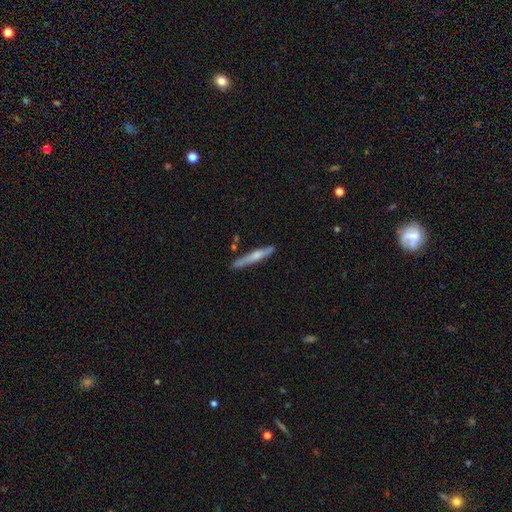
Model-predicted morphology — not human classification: Smooth or featured: smooth — 48% (featured or disk — 47%)
Merging: none — 81% (minor disturbance — 13%)